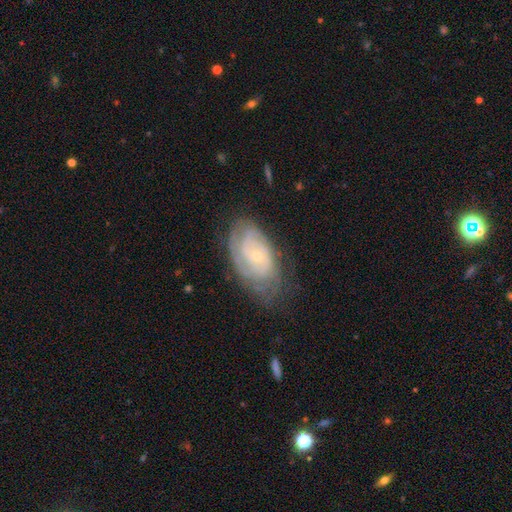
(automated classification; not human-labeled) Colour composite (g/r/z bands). It shows a featured or disk galaxy (80%) with no bar (75%), tight (73%) spiral arms (93%) and a small central bulge (77%). Merging: none (67%).